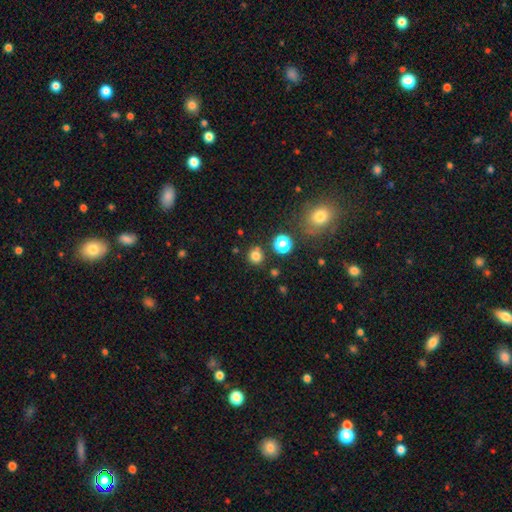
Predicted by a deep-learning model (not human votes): A smooth galaxy with no disk features (79%) that is round (89%). Merging: none (83%).